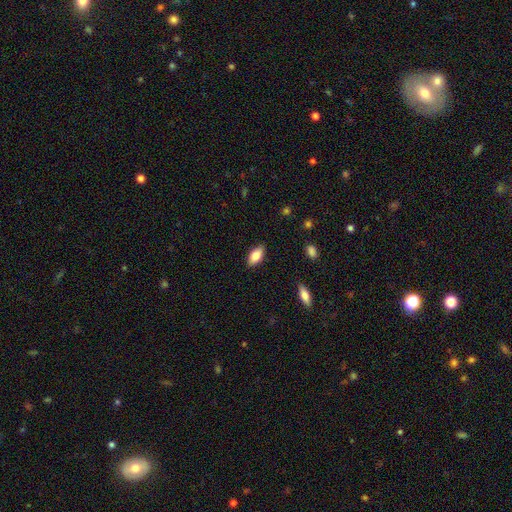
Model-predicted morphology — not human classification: A smooth galaxy with no disk features (80%) that is in between round and cigar-shaped (90%). Merging: none (86%).